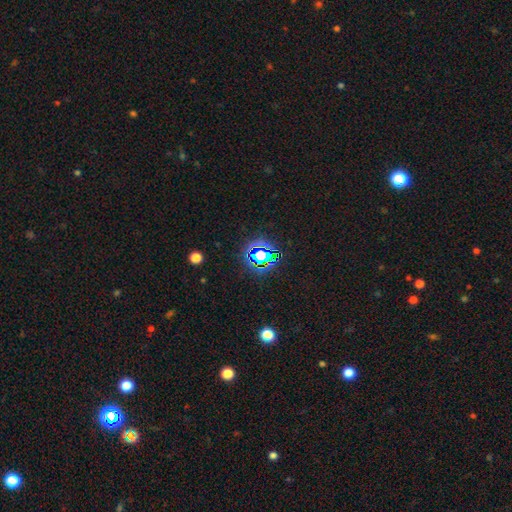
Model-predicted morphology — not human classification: This appears to be a star or artifact, not a galaxy (70%).